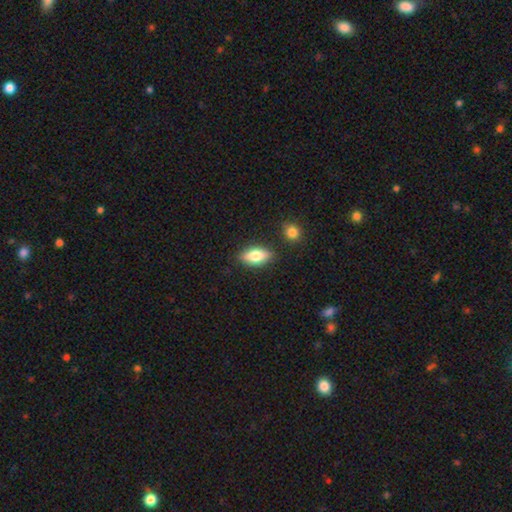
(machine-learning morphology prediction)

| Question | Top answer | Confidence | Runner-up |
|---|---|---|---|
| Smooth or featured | smooth | 70% | featured or disk (23%) |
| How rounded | in between | 81% | cigar-shaped (14%) |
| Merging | none | 84% | minor disturbance (10%) |